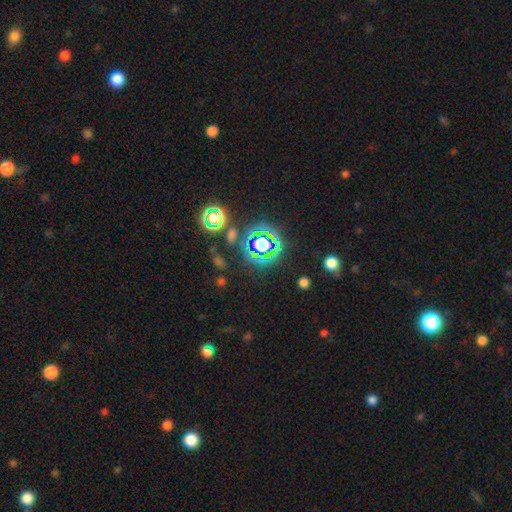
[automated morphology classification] Overall: star or artifact (76%).